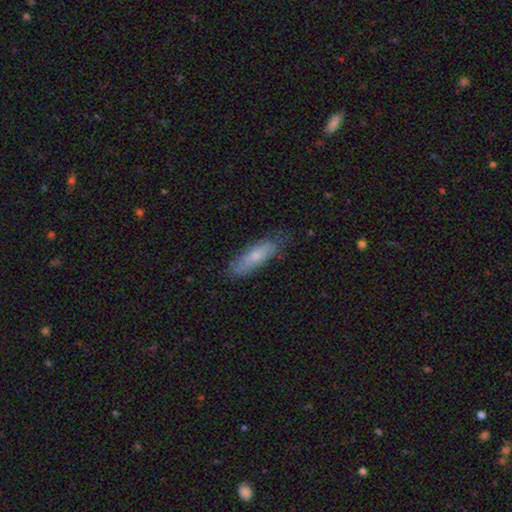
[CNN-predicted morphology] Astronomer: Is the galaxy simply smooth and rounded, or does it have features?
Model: smooth — 63%.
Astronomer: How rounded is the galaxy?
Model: cigar-shaped — 55% (runner-up: in between, 43%).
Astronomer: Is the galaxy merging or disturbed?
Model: none — 69%.